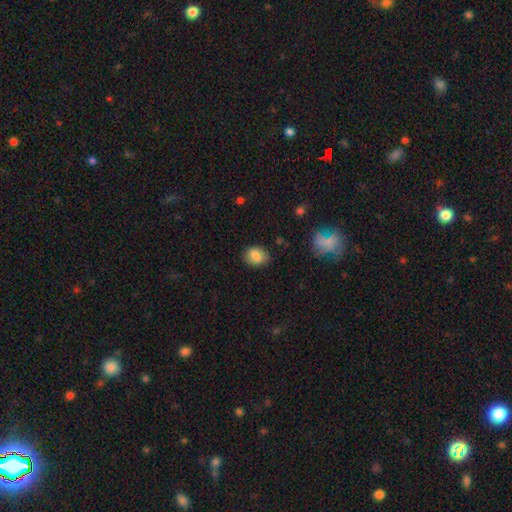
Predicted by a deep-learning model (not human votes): smooth 84%, star or artifact 9%, featured or disk 8%. Down the decision tree: how rounded — in between (60%); merging — none (83%).